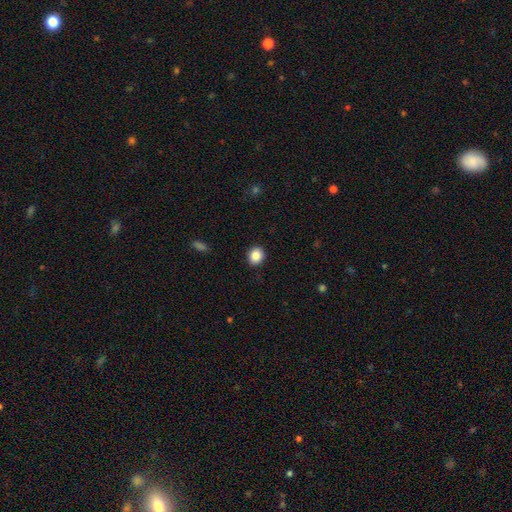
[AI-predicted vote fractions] smooth-or-featured: smooth: 86% | star or artifact: 9% | featured or disk: 5%
  how-rounded: round: 71% | in between: 28% | cigar-shaped: 1%
  merging: none: 90% | minor disturbance: 7% | major disturbance: 2% | merger: 1%